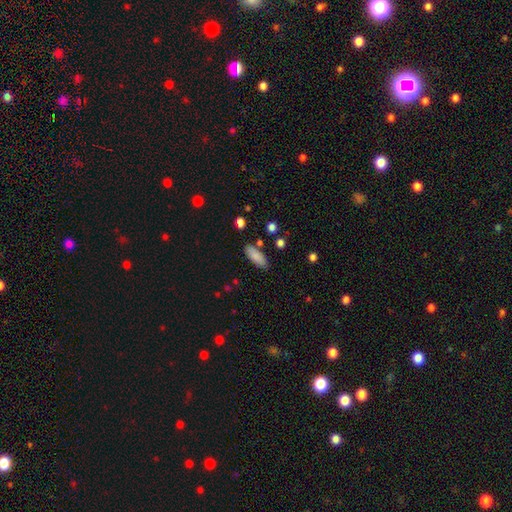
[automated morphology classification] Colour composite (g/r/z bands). It shows a smooth galaxy with no disk features (85%) that is in between round and cigar-shaped (75%). Merging: none (82%).